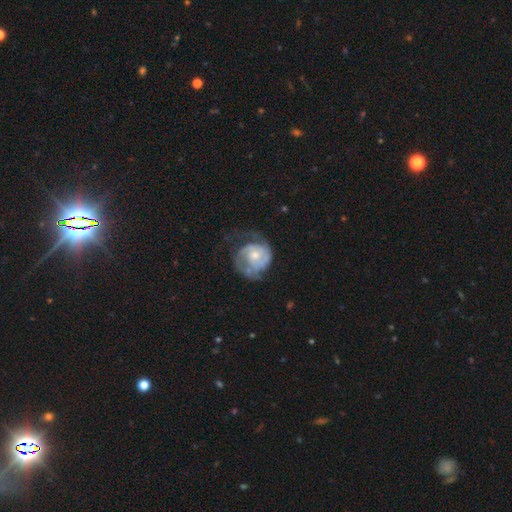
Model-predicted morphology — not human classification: smooth-or-featured: featured or disk: 79% | smooth: 16% | star or artifact: 5%
  disk-edge-on: no: 98% | yes: 2%
    bar: no: 70% | weak: 26% | strong: 4%
    has-spiral-arms: yes: 93% | no: 7%
      spiral-winding: tight: 52% | medium: 36% | loose: 12%
      spiral-arm-count: 2: 59% | can't tell: 17% | 3: 10% | 1: 8% | 4: 2% | more than 4: 2%
    bulge-size: moderate: 51% | small: 41% | large: 4% | none: 3% | dominant: 1%
  merging: none: 49% | minor disturbance: 26% | major disturbance: 22% | merger: 2%